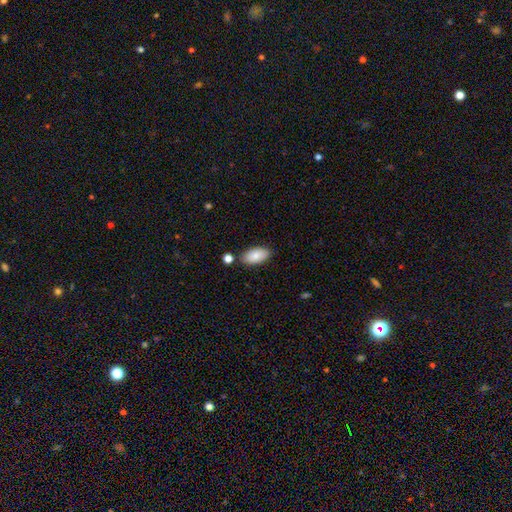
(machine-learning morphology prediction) smooth_or_featured: smooth (p=0.85) [alt: featured or disk p=0.08]
how_rounded: in between (p=0.95) [alt: cigar-shaped p=0.03]
merging: none (p=0.82) [alt: minor disturbance p=0.11]